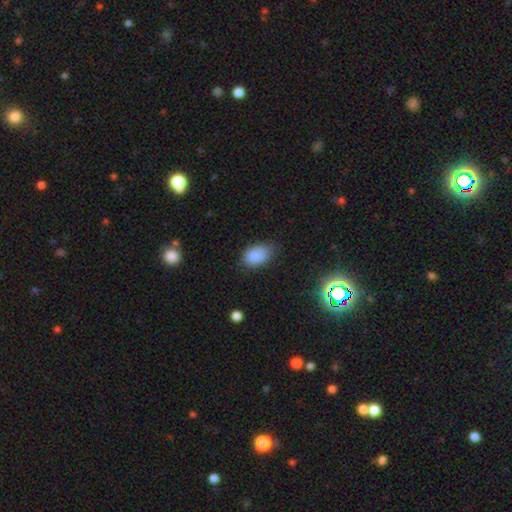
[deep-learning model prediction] A smooth galaxy with no disk features (86%) that is in between round and cigar-shaped (89%).

Vote fractions:
- Smooth or featured? smooth: 86% / star or artifact: 9% / featured or disk: 5%
- How rounded? in between: 89% / round: 10% / cigar-shaped: 1%
- Merging? none: 72% / minor disturbance: 22% / major disturbance: 5% / merger: 1%